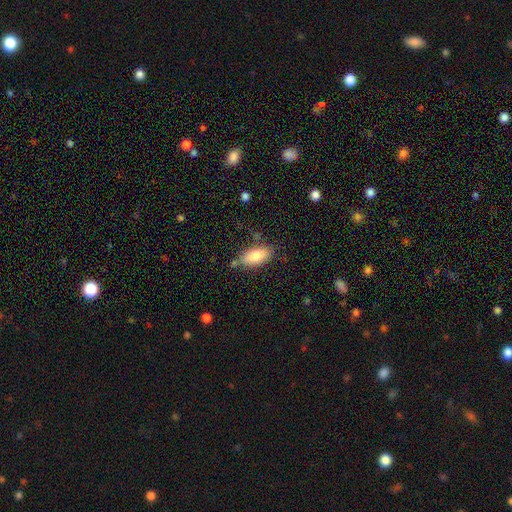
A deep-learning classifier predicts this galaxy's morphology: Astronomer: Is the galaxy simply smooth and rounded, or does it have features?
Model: smooth — 81%.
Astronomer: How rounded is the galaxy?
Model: in between — 86%.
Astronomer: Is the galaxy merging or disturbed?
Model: none — 73%.